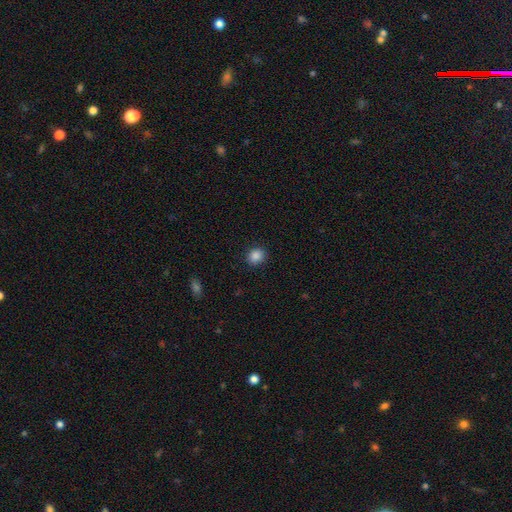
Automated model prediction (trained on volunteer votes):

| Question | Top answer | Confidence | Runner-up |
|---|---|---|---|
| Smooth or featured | smooth | 87% | star or artifact (10%) |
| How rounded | round | 73% | in between (26%) |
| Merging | none | 90% | minor disturbance (7%) |